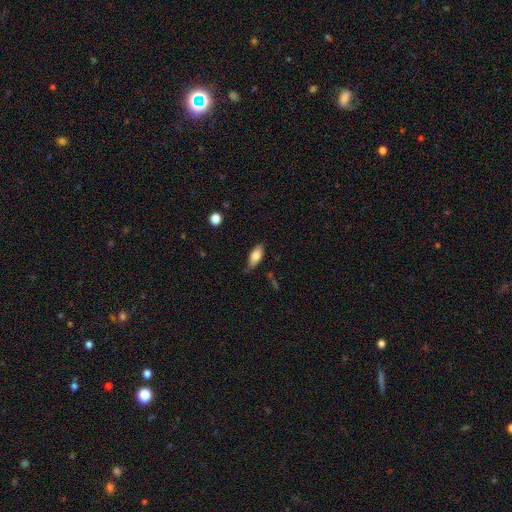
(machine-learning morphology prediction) A smooth galaxy with no disk features (78%) that is in between round and cigar-shaped (83%). Merging: none (72%).